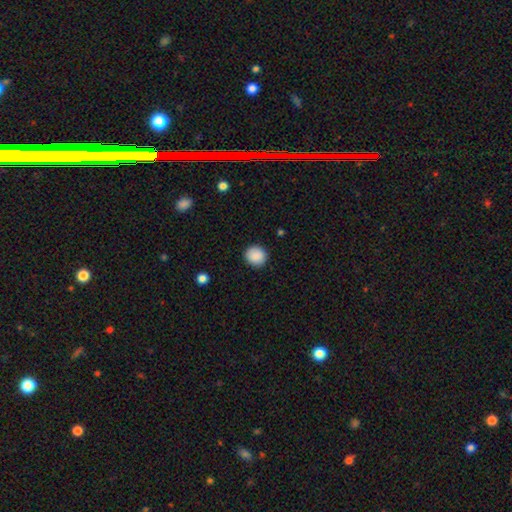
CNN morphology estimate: smooth-or-featured: smooth: 89% | star or artifact: 8% | featured or disk: 3%
  how-rounded: round: 90% | in between: 9% | cigar-shaped: 1%
  merging: none: 90% | minor disturbance: 7% | major disturbance: 2% | merger: 1%